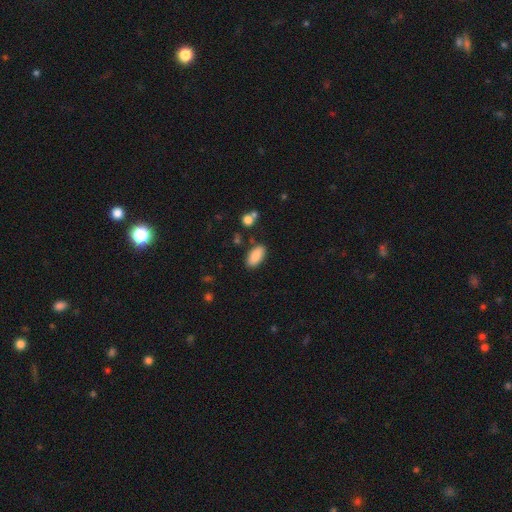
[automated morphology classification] A smooth galaxy with no disk features (86%) that is in between round and cigar-shaped (92%). Merging: none (85%).